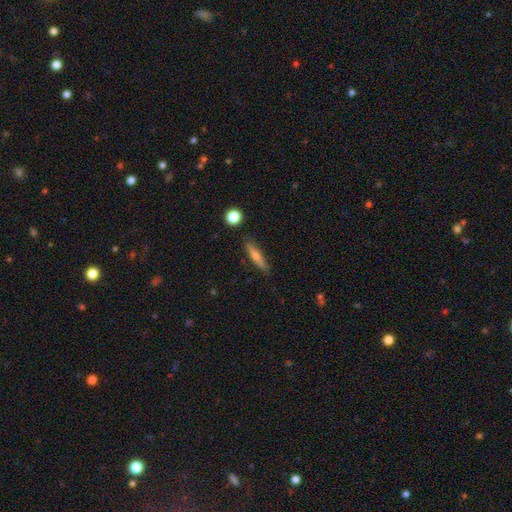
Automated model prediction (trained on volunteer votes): Morphology: type=smooth (48%); merging=none (87%).